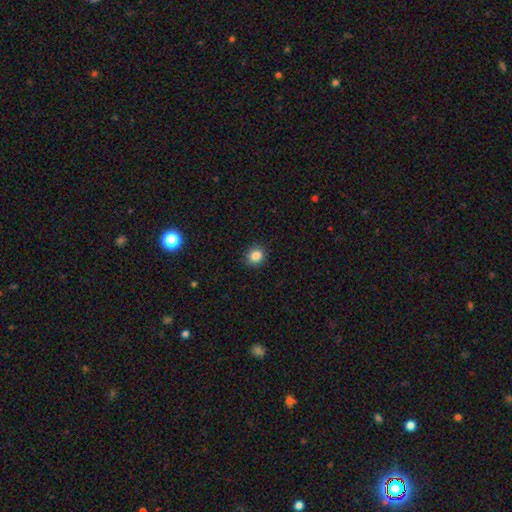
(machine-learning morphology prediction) Smooth or featured: smooth — 86% (star or artifact — 10%)
How rounded: round — 82% (in between — 17%)
Merging: none — 89% (minor disturbance — 8%)